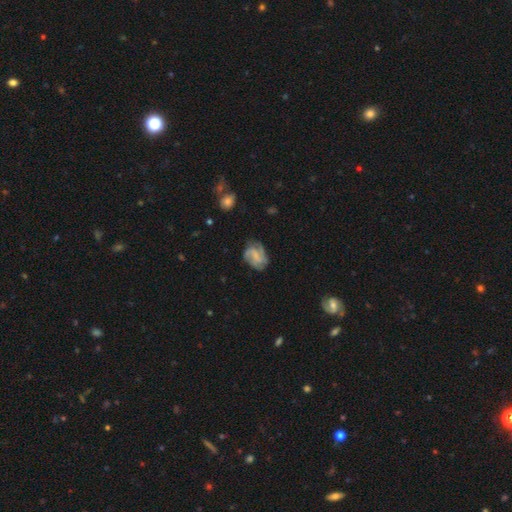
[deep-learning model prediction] A featured or disk galaxy (67%) with no bar (43%, tied with weak), 2 (35%) medium (44%) spiral arms (89%) and no central bulge (48%). Merging: none (61%).